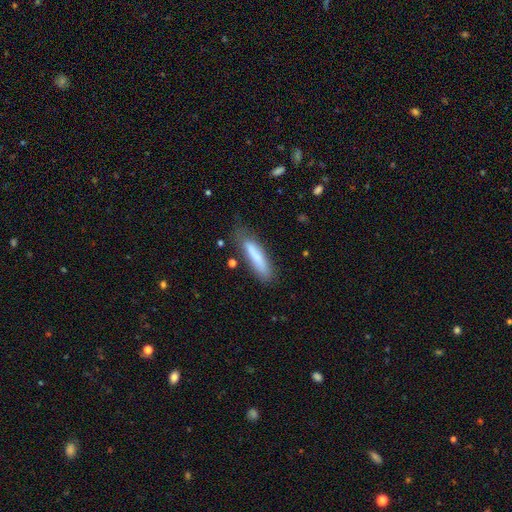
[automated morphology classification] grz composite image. It shows a smooth galaxy with no disk features (78%) that is cigar-shaped (80%). Merging: none (68%).